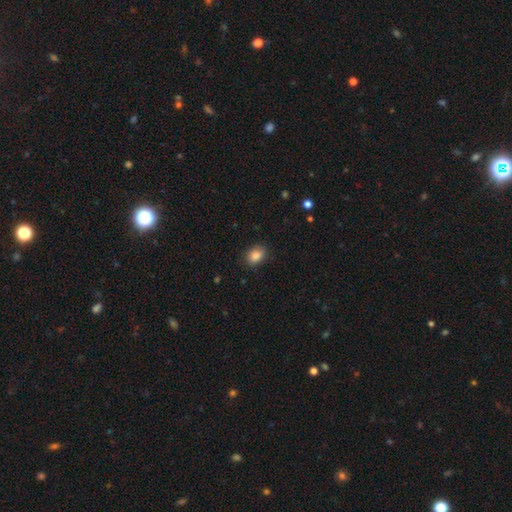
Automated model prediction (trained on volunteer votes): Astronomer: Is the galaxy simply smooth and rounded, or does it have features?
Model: smooth — 86%.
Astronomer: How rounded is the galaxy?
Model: in between — 62%.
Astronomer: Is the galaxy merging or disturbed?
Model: none — 85%.